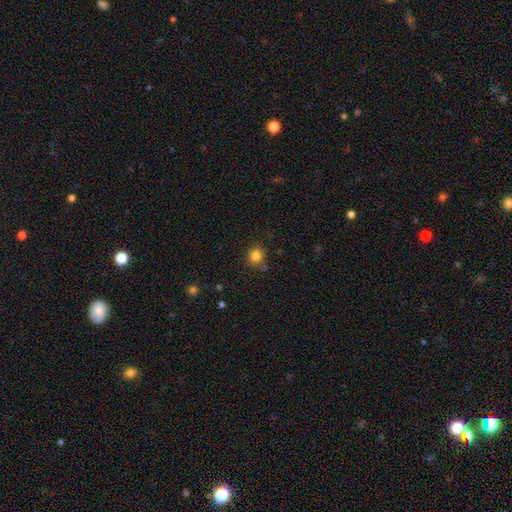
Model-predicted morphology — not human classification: Smooth or featured?
  - smooth: 83% *
  - star or artifact: 12%
  - featured or disk: 5%
How rounded?
  - round: 86% *
  - in between: 13%
  - cigar-shaped: 1%
Merging?
  - none: 82% *
  - minor disturbance: 10%
  - merger: 5%
  - major disturbance: 3%